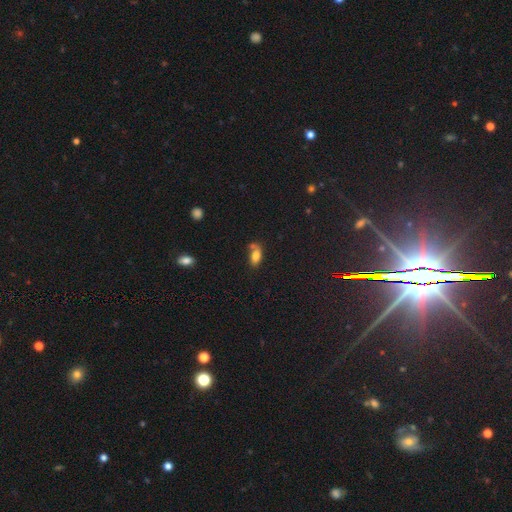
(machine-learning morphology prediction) smooth-or-featured: smooth: 79% | featured or disk: 11% | star or artifact: 10%
  how-rounded: in between: 87% | cigar-shaped: 7% | round: 6%
  merging: none: 46% | merger: 28% | minor disturbance: 19% | major disturbance: 7%